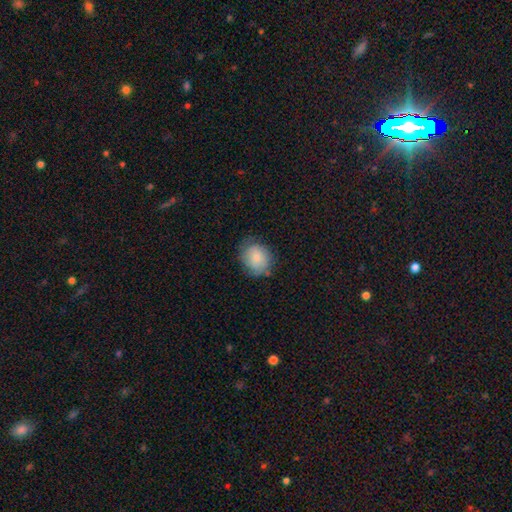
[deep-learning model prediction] This appears to be a smooth galaxy with no disk features (76%) that is round (66%). Merging: none (65%).